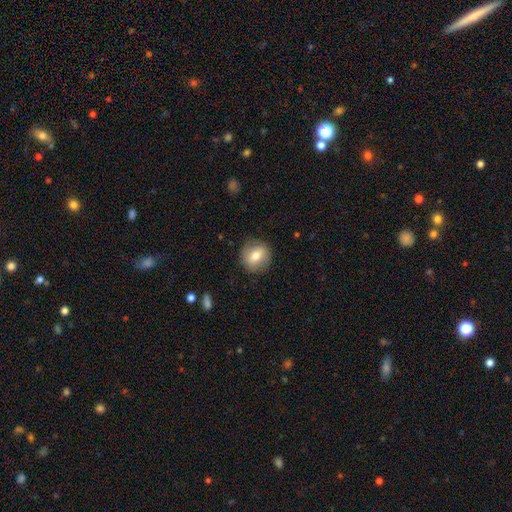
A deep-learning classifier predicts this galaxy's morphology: This appears to be a smooth galaxy with no disk features (69%) that is round (86%). Merging: none (86%).